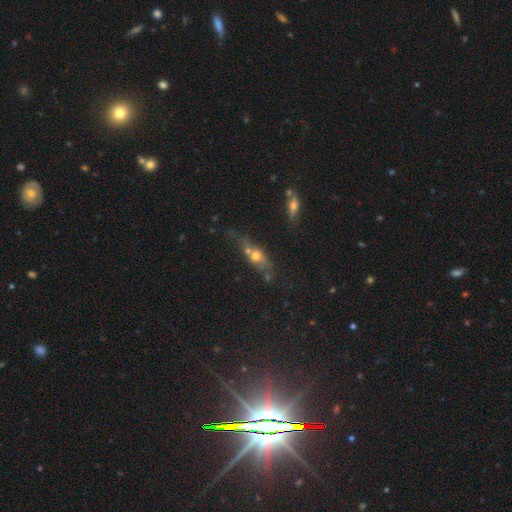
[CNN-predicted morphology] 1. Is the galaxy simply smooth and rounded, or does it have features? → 54% smooth, 34% featured or disk, 12% star or artifact.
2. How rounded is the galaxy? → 54% in between, 26% cigar-shaped, 20% round.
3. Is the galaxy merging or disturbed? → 41% none, 33% merger, 17% minor disturbance, 9% major disturbance.